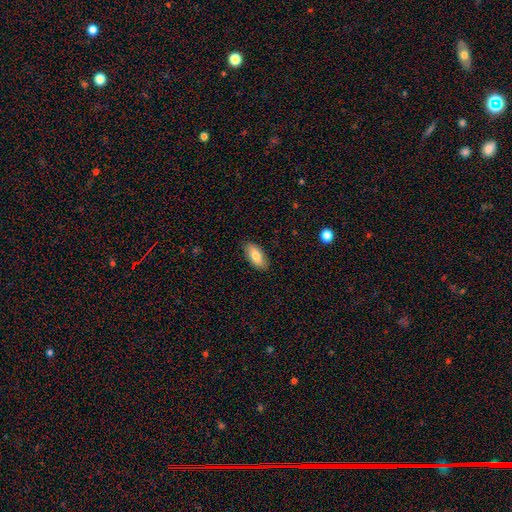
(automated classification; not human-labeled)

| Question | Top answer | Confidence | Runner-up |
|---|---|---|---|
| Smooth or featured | smooth | 79% | featured or disk (15%) |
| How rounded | in between | 87% | cigar-shaped (10%) |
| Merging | none | 87% | minor disturbance (10%) |